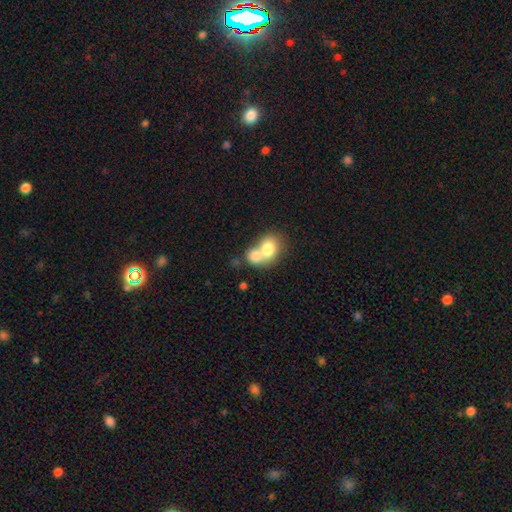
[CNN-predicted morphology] This is likely a smooth galaxy (75%). How rounded: possibly round (55%). Merging: likely merger (72%).